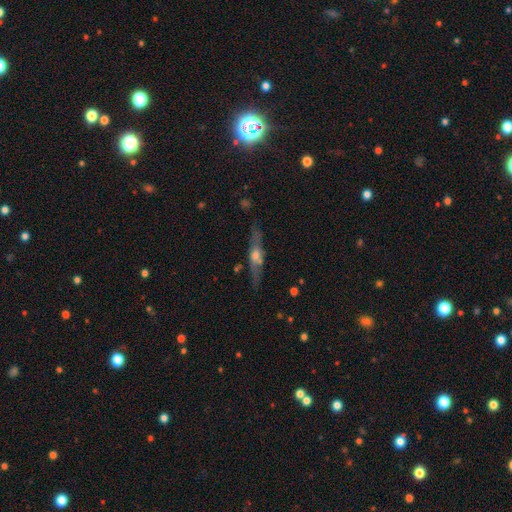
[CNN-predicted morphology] The model was most divided on "smooth or featured": featured or disk: 65%, smooth: 28%, star or artifact: 7%. More confident: edge-on disk — yes (86%); edge-on bulge — rounded (85%); merging — none (77%).